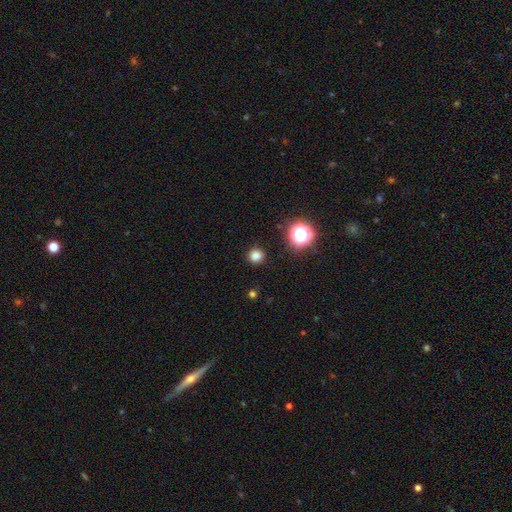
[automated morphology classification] smooth 79%, star or artifact 17%, featured or disk 4%. Down the decision tree: how rounded — round (92%); merging — none (90%).